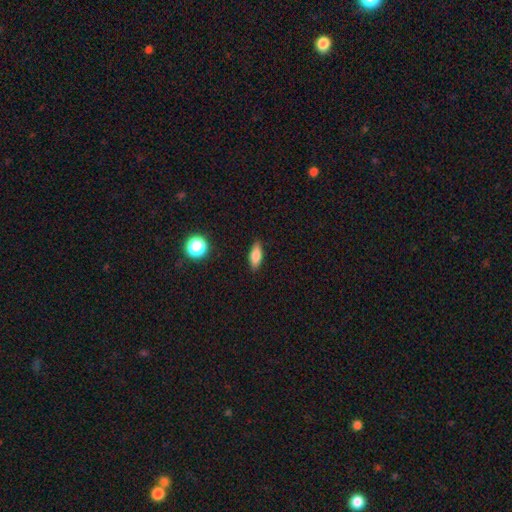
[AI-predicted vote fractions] Smooth or featured?
  - smooth: 78% *
  - featured or disk: 14%
  - star or artifact: 8%
How rounded?
  - in between: 70% *
  - cigar-shaped: 25%
  - round: 5%
Merging?
  - none: 87% *
  - minor disturbance: 10%
  - major disturbance: 2%
  - merger: 1%